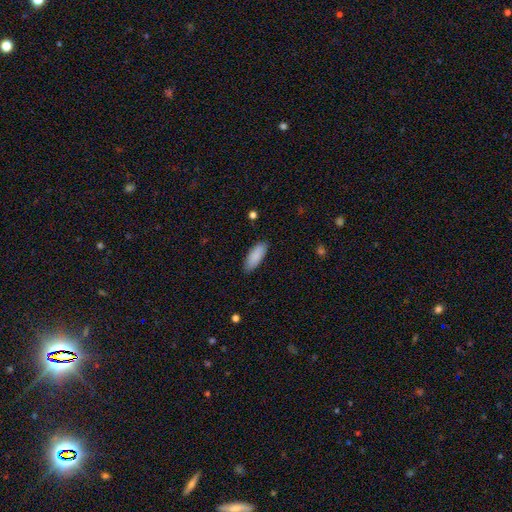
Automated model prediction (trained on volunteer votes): smooth-or-featured: smooth: 88% | featured or disk: 6% | star or artifact: 6%
  how-rounded: in between: 77% | cigar-shaped: 22% | round: 2%
  merging: none: 86% | minor disturbance: 11% | major disturbance: 2% | merger: 1%